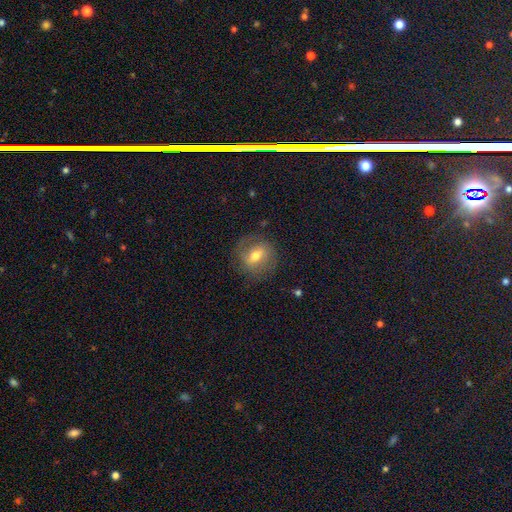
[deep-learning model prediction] Q: Smooth or featured?
A: featured or disk (52%); runner-up: smooth (39%)
Q: Edge-on disk?
A: no (92%); runner-up: yes (8%)
Q: Merging?
A: none (74%); runner-up: minor disturbance (16%)